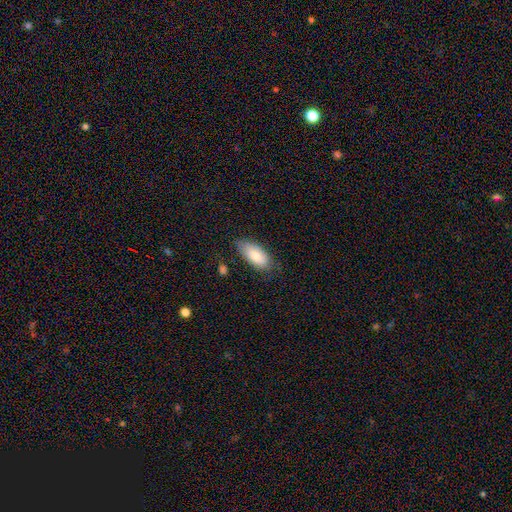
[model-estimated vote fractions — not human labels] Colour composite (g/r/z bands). It shows a smooth galaxy with no disk features (79%) that is in between round and cigar-shaped (90%). Merging: none (74%).